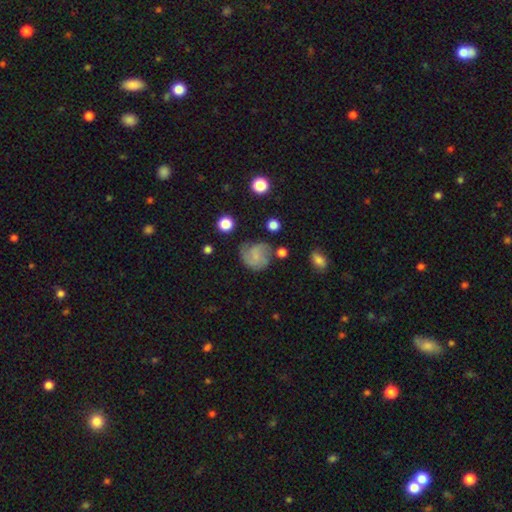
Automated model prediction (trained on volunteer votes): Smooth or featured: featured or disk — 46% (smooth — 45%)
Merging: none — 59% (minor disturbance — 25%)